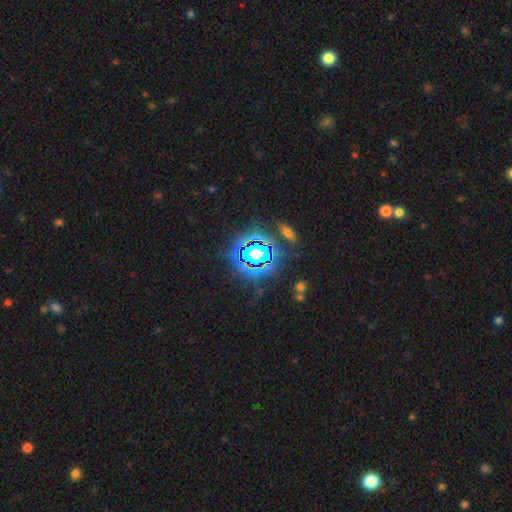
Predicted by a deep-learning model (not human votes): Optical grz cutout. It shows a star or artifact, not a galaxy (62%).